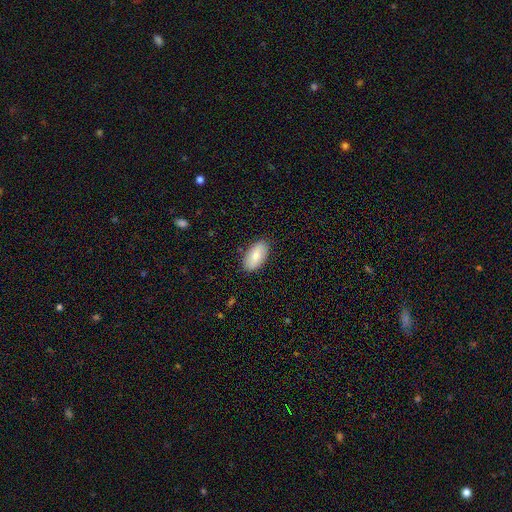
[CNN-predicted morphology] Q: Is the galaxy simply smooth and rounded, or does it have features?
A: smooth — 77%.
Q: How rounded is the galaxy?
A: in between — 94%.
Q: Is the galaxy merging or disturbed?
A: none — 86%.